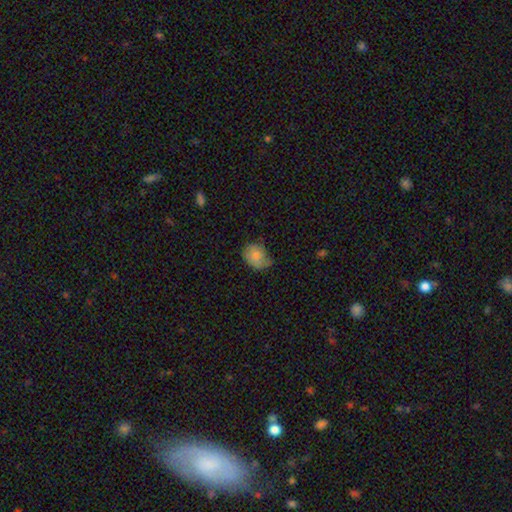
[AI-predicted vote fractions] A smooth galaxy with no disk features (77%) that is in between round and cigar-shaped (57%).

Vote fractions:
- Smooth or featured? smooth: 77% / featured or disk: 15% / star or artifact: 8%
- How rounded? in between: 57% / round: 42% / cigar-shaped: 1%
- Merging? none: 45% / minor disturbance: 41% / major disturbance: 12% / merger: 2%